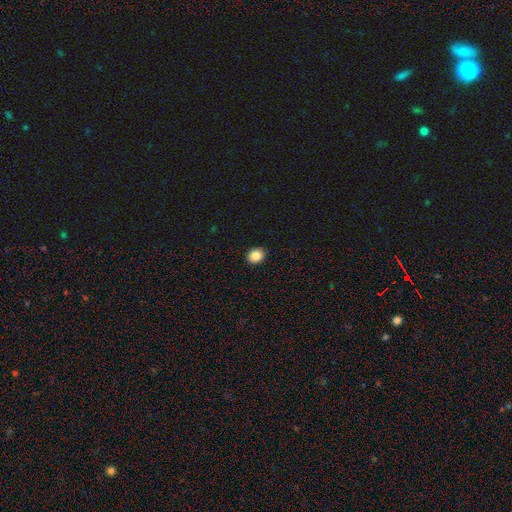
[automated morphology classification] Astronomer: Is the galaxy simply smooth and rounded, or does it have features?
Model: smooth — 85%.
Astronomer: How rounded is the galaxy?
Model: round — 58% (runner-up: in between, 41%).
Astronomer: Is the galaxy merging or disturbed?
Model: none — 91%.